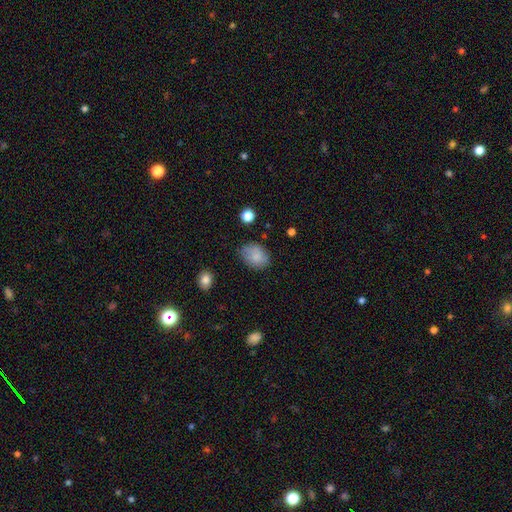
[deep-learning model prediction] Morphology: type=smooth (83%); roundness=in between (75%); merging=none (73%).